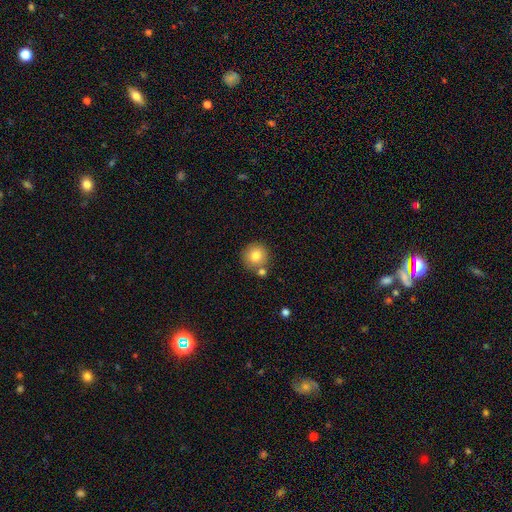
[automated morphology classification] Smooth or featured: smooth — 80% (featured or disk — 10%)
How rounded: round — 92% (in between — 7%)
Merging: none — 73% (merger — 15%)